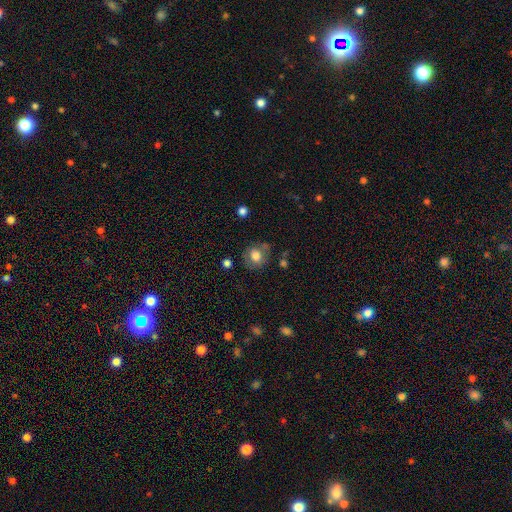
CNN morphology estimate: smooth 73%, featured or disk 17%, star or artifact 10%. Down the decision tree: how rounded — round (76%); merging — none (73%).